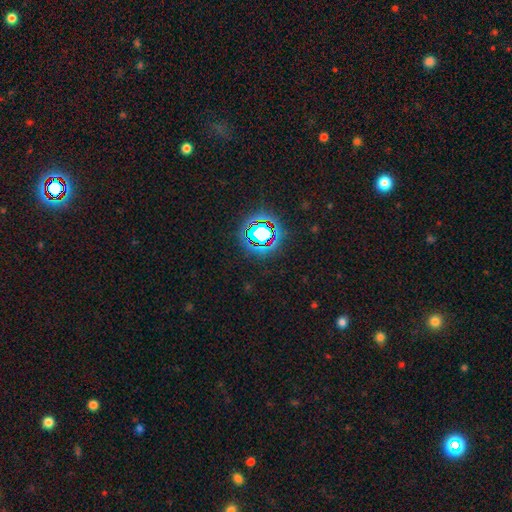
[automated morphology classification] This is likely a star or artifact rather than a galaxy (79%).